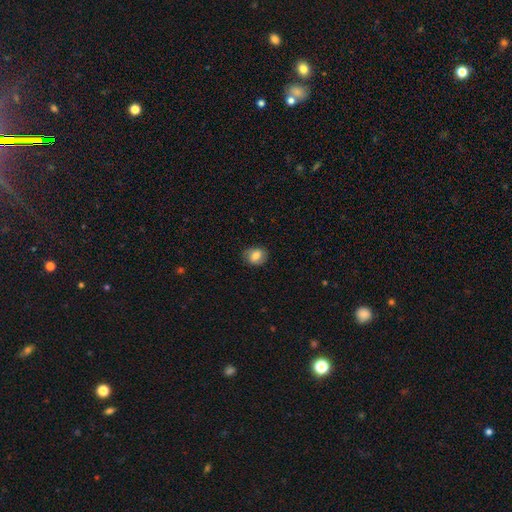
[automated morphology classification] Smooth or featured?
  - smooth: 71% *
  - featured or disk: 20%
  - star or artifact: 9%
How rounded?
  - round: 50% *
  - in between: 49%
  - cigar-shaped: 1%
Merging?
  - none: 78% *
  - minor disturbance: 17%
  - major disturbance: 4%
  - merger: 1%